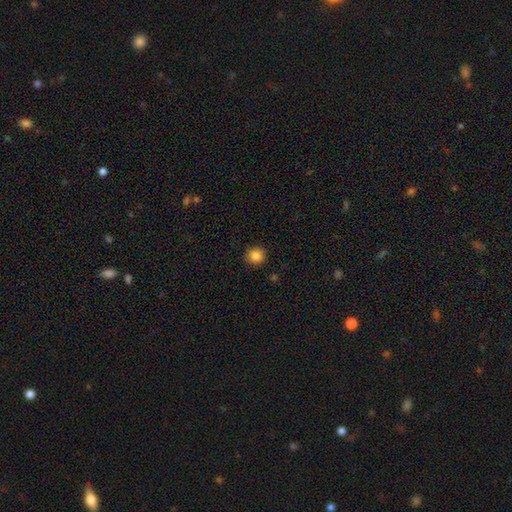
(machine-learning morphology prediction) Smooth or featured: smooth — 84% (star or artifact — 10%)
How rounded: round — 91% (in between — 8%)
Merging: none — 92% (minor disturbance — 6%)